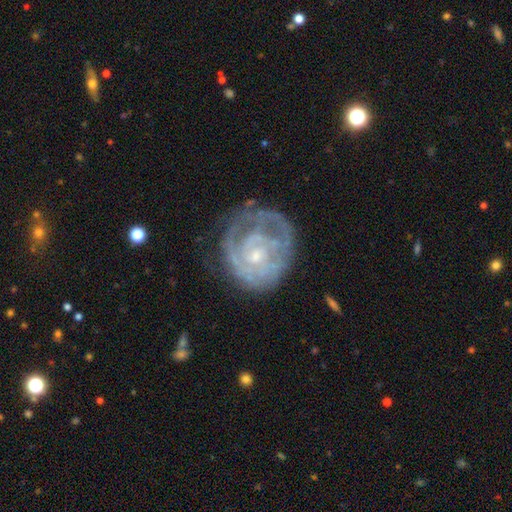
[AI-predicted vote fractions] A featured or disk galaxy (79%) with no bar (74%), tight (70%) spiral arms (82%) and a small central bulge (64%). Merging: none (59%).